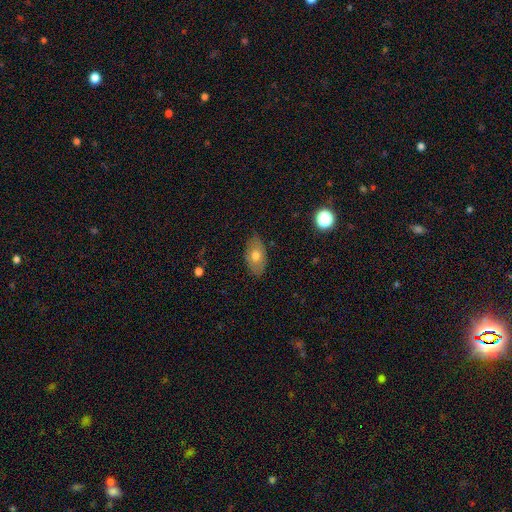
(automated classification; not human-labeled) Smooth or featured? Predicted: smooth (p=0.66). How rounded? Predicted: in between (p=0.90). Merging? Predicted: none (p=0.81).